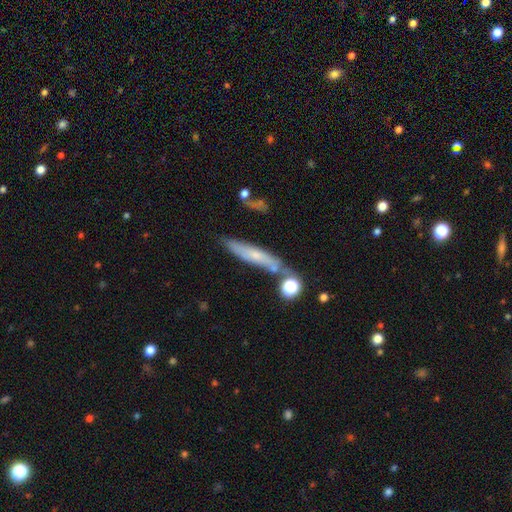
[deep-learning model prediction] This is possibly a smooth galaxy (50%). Merging: likely none (67%).